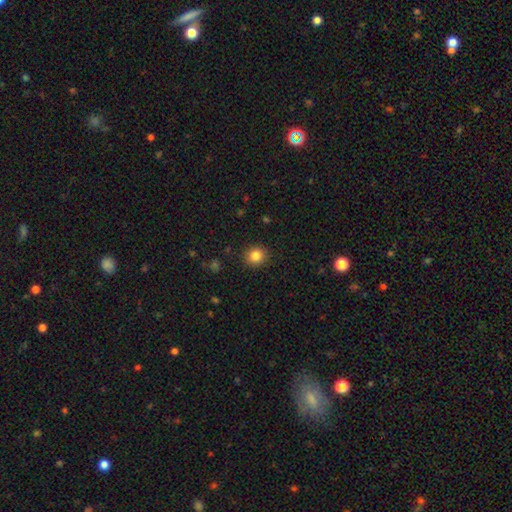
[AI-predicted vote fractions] Morphology: type=smooth (83%); roundness=round (88%); merging=none (90%).